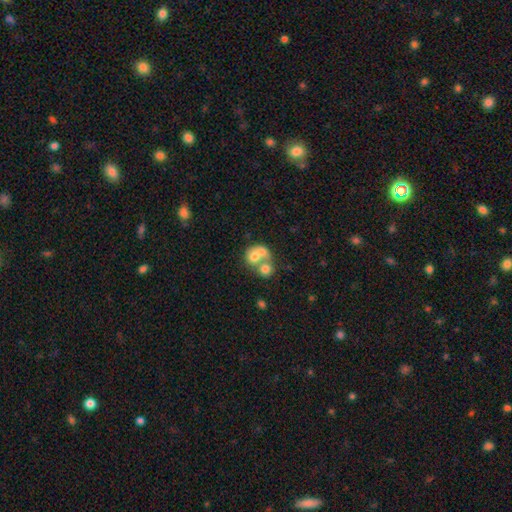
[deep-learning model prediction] Smooth or featured? Predicted: smooth (p=0.62). How rounded? Predicted: round (p=0.64). Merging? Predicted: merger (p=0.69).